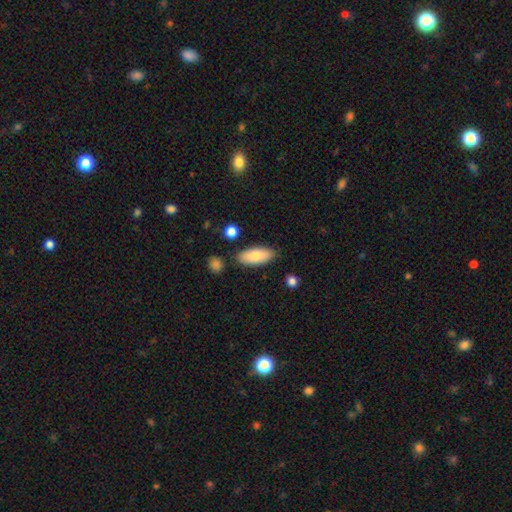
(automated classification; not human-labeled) Smooth or featured? Predicted: smooth (p=0.83). How rounded? Predicted: in between (p=0.80). Merging? Predicted: none (p=0.83).